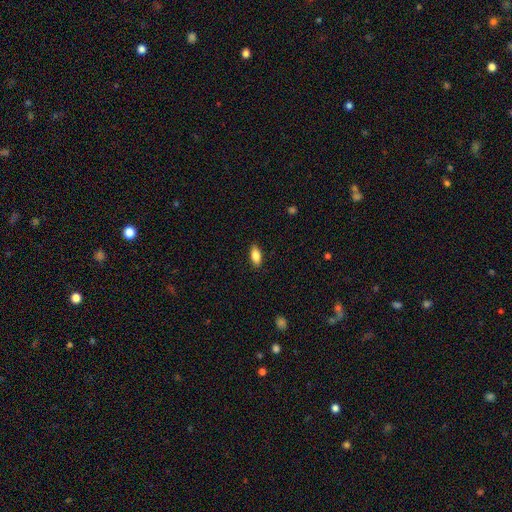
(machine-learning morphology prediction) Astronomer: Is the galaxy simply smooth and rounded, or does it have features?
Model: smooth — 79%.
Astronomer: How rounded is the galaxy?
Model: in between — 83%.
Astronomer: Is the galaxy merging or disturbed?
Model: none — 87%.